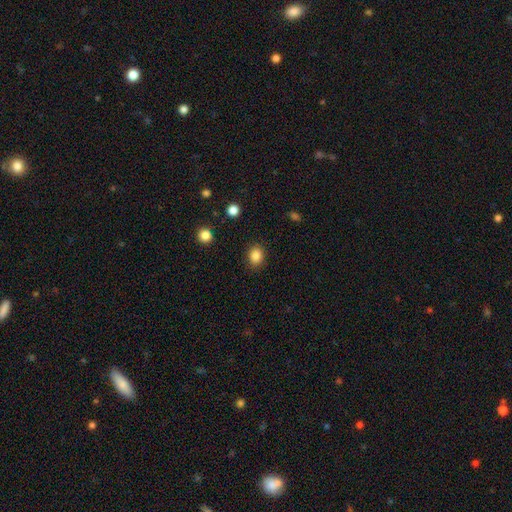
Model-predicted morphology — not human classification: smooth 85%, star or artifact 10%, featured or disk 4%. Down the decision tree: how rounded — round (54%); merging — none (87%).